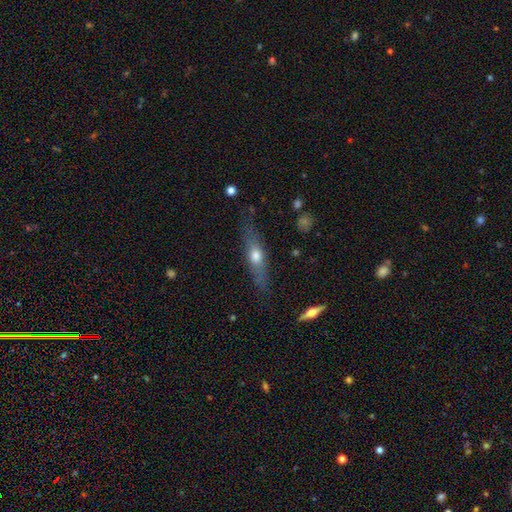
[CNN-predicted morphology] Q: Smooth or featured?
A: smooth (47%); runner-up: featured or disk (46%)
Q: Merging?
A: none (79%); runner-up: minor disturbance (15%)